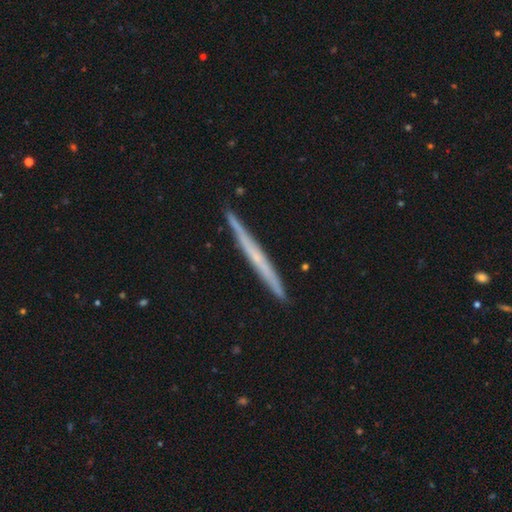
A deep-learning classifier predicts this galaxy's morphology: A featured or disk galaxy (59%) viewed edge-on (97%) with no central bulge (79%).

Vote fractions:
- Smooth or featured? featured or disk: 59% / smooth: 35% / star or artifact: 6%
- Edge-on disk? yes: 97% / no: 3%
- Edge-on bulge? none: 79% / rounded: 17% / boxy: 4%
- Merging? none: 91% / minor disturbance: 7% / major disturbance: 1% / merger: 1%